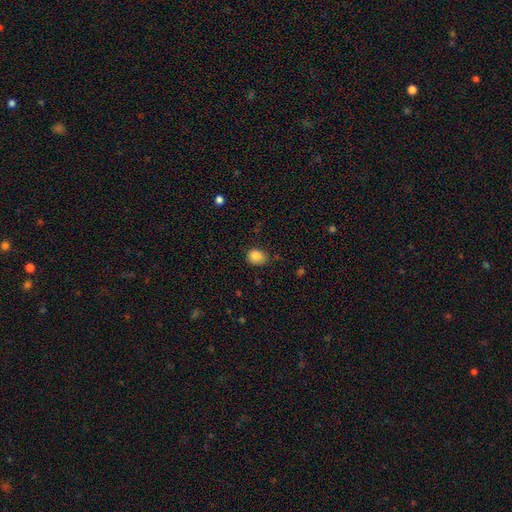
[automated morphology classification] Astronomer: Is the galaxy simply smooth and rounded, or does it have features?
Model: smooth — 84%.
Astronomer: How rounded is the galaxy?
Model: round — 55% (runner-up: in between, 44%).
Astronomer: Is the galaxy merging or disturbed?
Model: none — 76%.